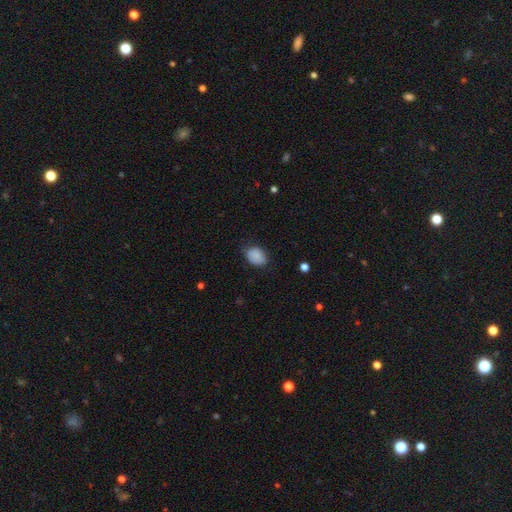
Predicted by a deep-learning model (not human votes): The model was most divided on "how rounded": in between: 72%, round: 27%, cigar-shaped: 1%. More confident: smooth or featured — smooth (86%); merging — none (69%).